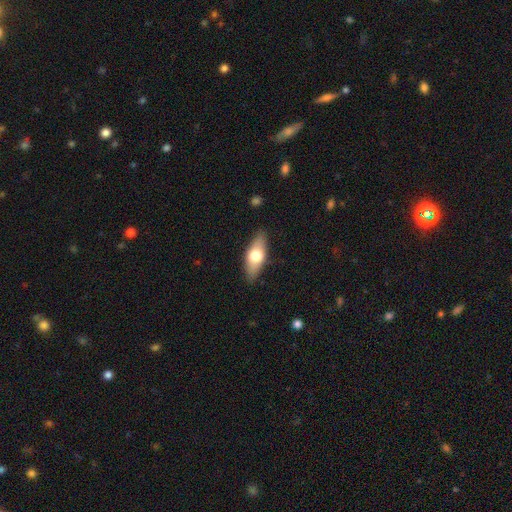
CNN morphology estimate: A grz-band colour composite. It shows a smooth galaxy with no disk features (60%) that is in between round and cigar-shaped (74%). Merging: none (86%).